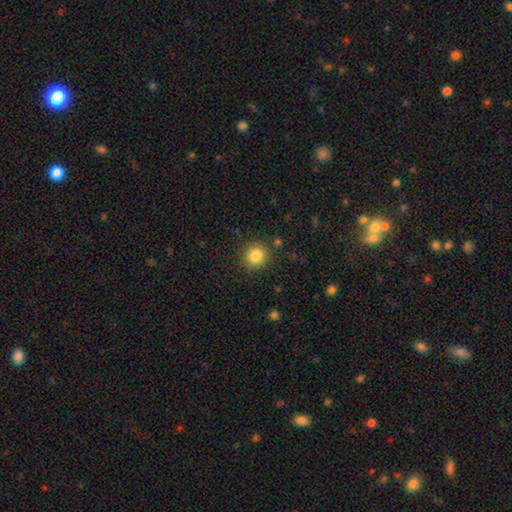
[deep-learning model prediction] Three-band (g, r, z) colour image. It shows a smooth galaxy with no disk features (84%) that is round (92%). Merging: none (88%).